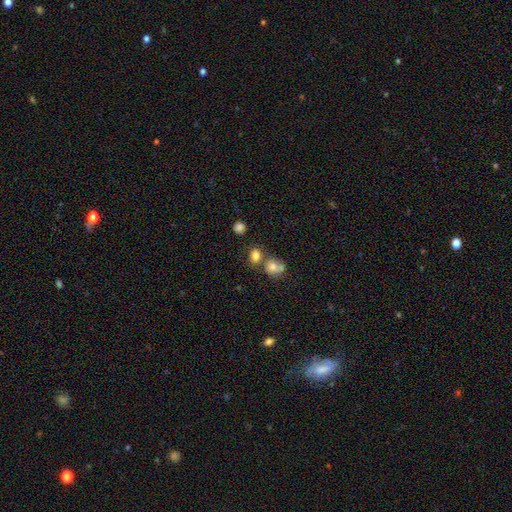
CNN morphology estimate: Smooth or featured? smooth (79%)
How rounded? round (51%)
Merging? none (54%)